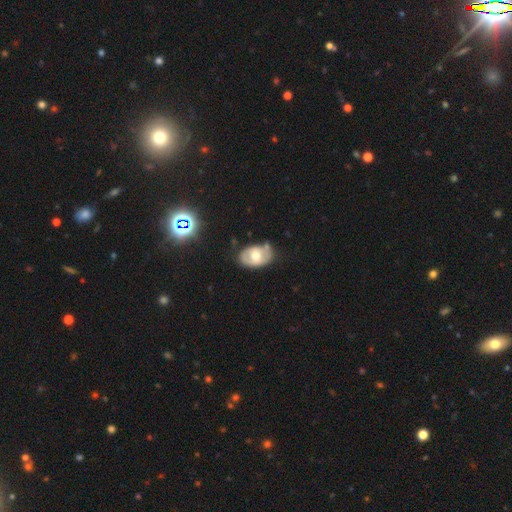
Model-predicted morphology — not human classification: type=smooth (47%); merging=none (66%).